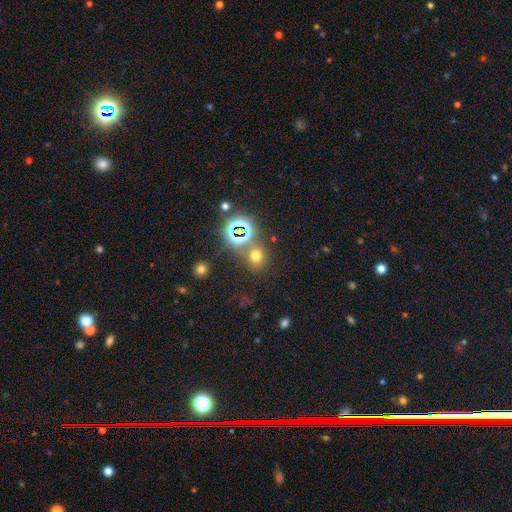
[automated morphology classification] This appears to be a smooth galaxy with no disk features (57%) that is round (81%). Merging: none (73%).